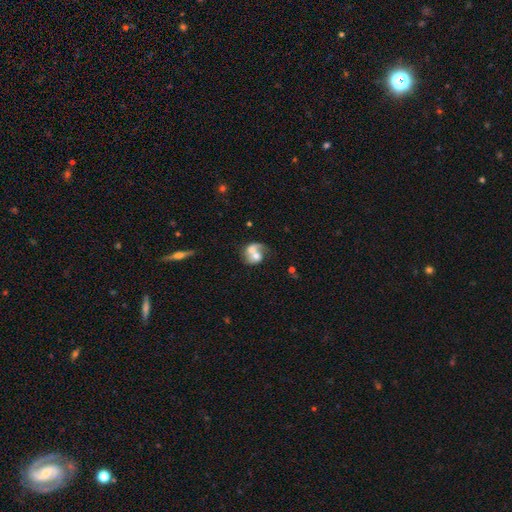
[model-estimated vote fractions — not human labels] A featured or disk galaxy (48%).

Vote fractions:
- Smooth or featured? featured or disk: 48% / smooth: 45% / star or artifact: 7%
- Merging? merger: 72% / none: 14% / major disturbance: 8% / minor disturbance: 6%